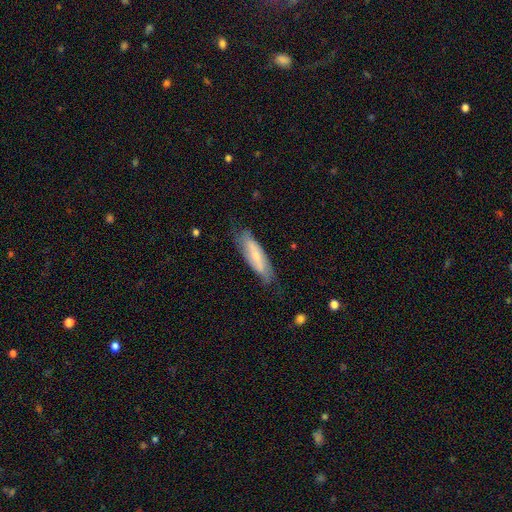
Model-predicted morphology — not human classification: This is possibly a featured or disk galaxy (47%, tied with smooth). Merging: likely none (70%).